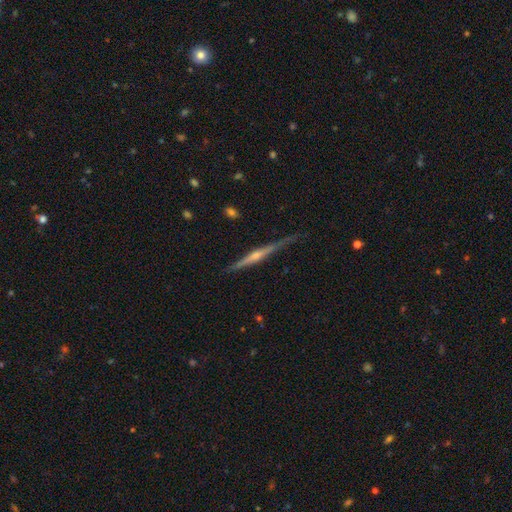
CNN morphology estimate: Smooth or featured?
  - featured or disk: 79% *
  - smooth: 15%
  - star or artifact: 6%
Edge-on disk?
  - yes: 98% *
  - no: 2%
Edge-on bulge?
  - rounded: 79% *
  - none: 14%
  - boxy: 7%
Merging?
  - none: 82% *
  - minor disturbance: 14%
  - major disturbance: 3%
  - merger: 2%